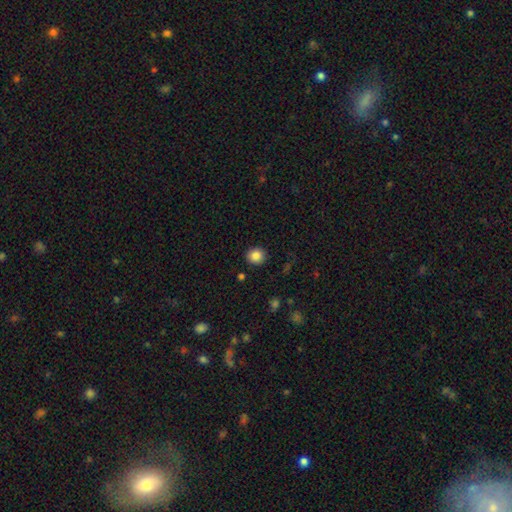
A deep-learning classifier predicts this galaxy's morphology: This is clearly a smooth galaxy (86%). How rounded: clearly round (86%). Merging: clearly none (91%).